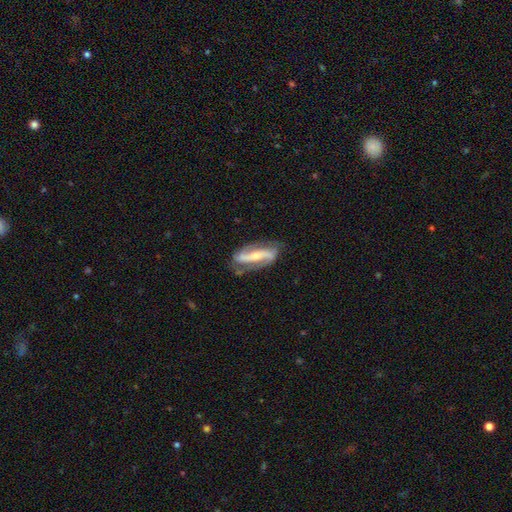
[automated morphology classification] type=featured or disk (87%); edge-on=no (91%); bar=strong (59%); spiral arms=yes (95%); winding=loose (40%, tied with medium); arm count=2 (92%); bulge=small (51%); merging=none (73%).